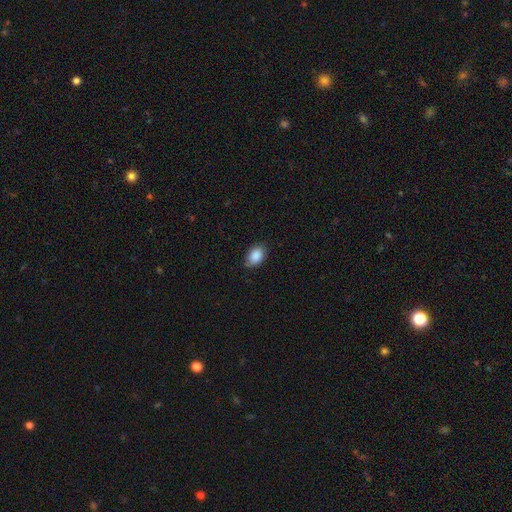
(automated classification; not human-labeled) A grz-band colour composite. It shows a smooth galaxy with no disk features (89%) that is in between round and cigar-shaped (83%). Merging: none (80%).